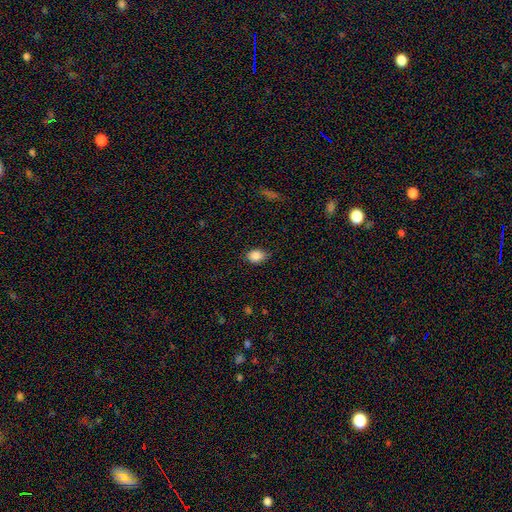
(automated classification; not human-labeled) Q: Smooth or featured?
A: smooth (87%); runner-up: star or artifact (9%)
Q: How rounded?
A: in between (73%); runner-up: round (26%)
Q: Merging?
A: none (78%); runner-up: minor disturbance (18%)